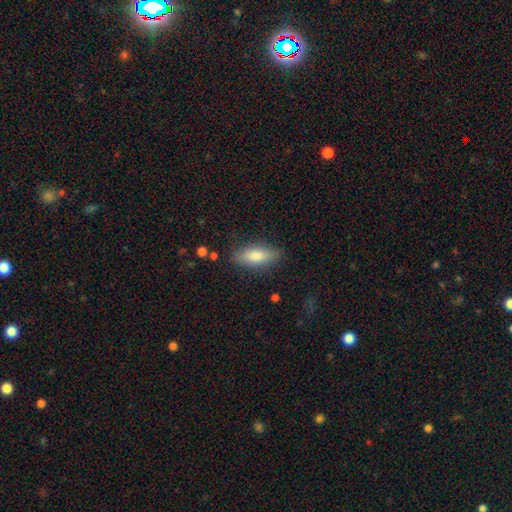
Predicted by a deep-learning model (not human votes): The model was most divided on "how rounded": in between: 67%, cigar-shaped: 30%, round: 2%. More confident: merging — none (84%); smooth or featured — smooth (79%).